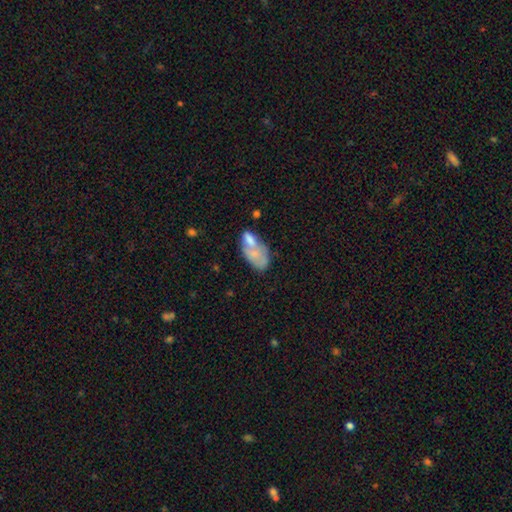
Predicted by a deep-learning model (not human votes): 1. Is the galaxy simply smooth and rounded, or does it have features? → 65% smooth, 27% featured or disk, 8% star or artifact.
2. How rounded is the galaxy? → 92% in between, 5% round, 3% cigar-shaped.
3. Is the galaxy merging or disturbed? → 40% merger, 25% none, 19% minor disturbance, 15% major disturbance.